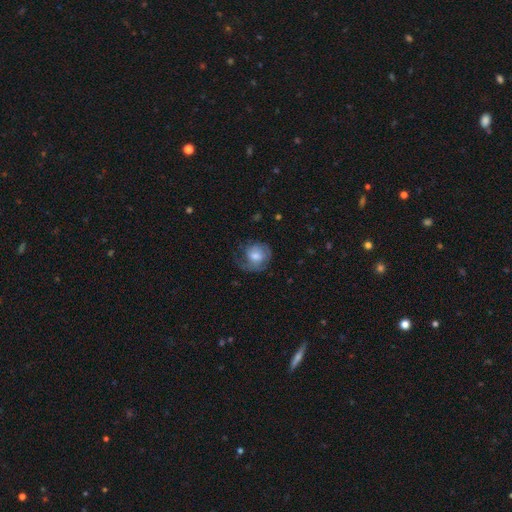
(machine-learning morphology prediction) Smooth or featured? Predicted: featured or disk (p=0.47). Merging? Predicted: none (p=0.48).